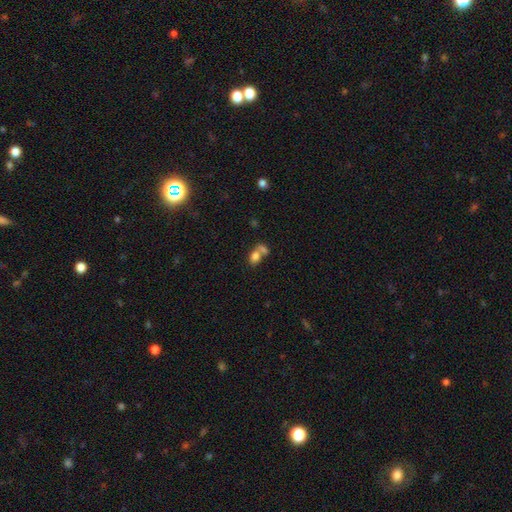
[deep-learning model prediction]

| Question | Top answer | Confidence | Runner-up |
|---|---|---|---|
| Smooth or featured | smooth | 77% | featured or disk (12%) |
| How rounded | in between | 71% | round (27%) |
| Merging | merger | 58% | none (29%) |